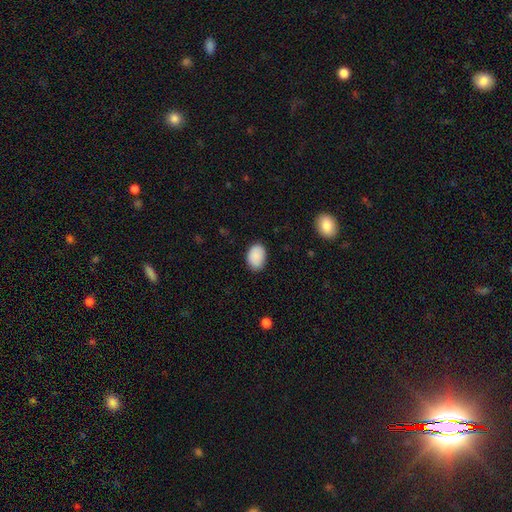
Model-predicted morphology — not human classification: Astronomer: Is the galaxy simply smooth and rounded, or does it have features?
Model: smooth — 89%.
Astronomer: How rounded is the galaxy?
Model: in between — 85%.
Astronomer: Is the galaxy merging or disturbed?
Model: none — 84%.